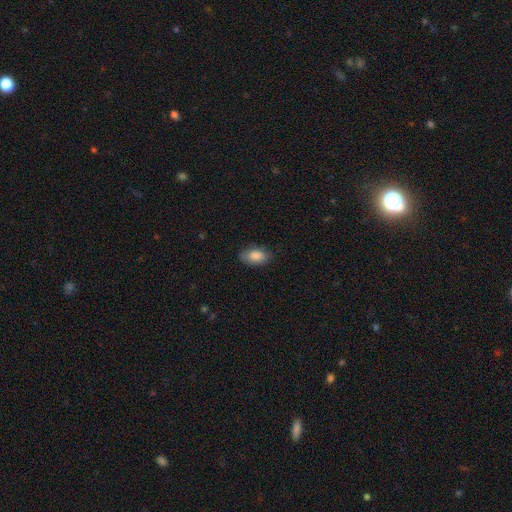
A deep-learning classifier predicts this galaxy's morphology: smooth-or-featured: smooth: 85% | featured or disk: 8% | star or artifact: 7%
  how-rounded: in between: 93% | round: 5% | cigar-shaped: 2%
  merging: none: 77% | minor disturbance: 18% | major disturbance: 4% | merger: 1%